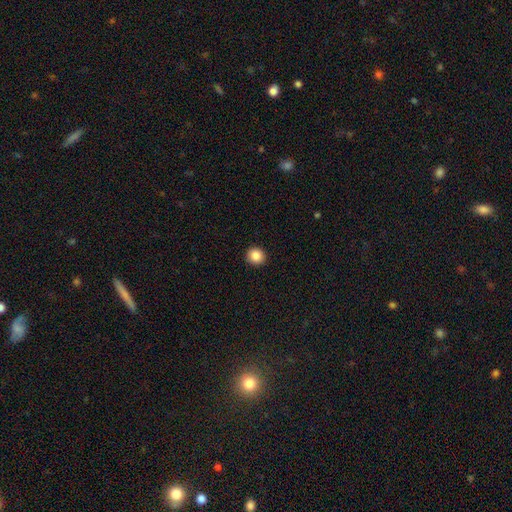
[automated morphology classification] Smooth or featured?
  - smooth: 87% *
  - star or artifact: 10%
  - featured or disk: 4%
How rounded?
  - round: 89% *
  - in between: 10%
  - cigar-shaped: 1%
Merging?
  - none: 93% *
  - minor disturbance: 5%
  - major disturbance: 2%
  - merger: 1%